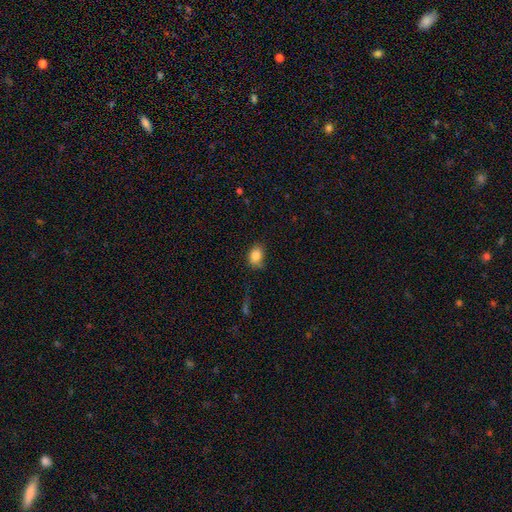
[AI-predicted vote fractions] A smooth galaxy with no disk features (85%) that is in between round and cigar-shaped (69%).

Vote fractions:
- Smooth or featured? smooth: 85% / star or artifact: 9% / featured or disk: 6%
- How rounded? in between: 69% / round: 29% / cigar-shaped: 1%
- Merging? none: 68% / minor disturbance: 23% / major disturbance: 6% / merger: 3%